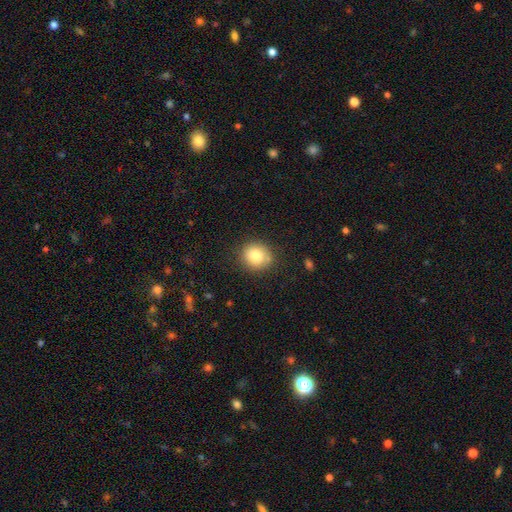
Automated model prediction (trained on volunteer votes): Overall: smooth (81%). How rounded: round (76%). Merging: none (81%).